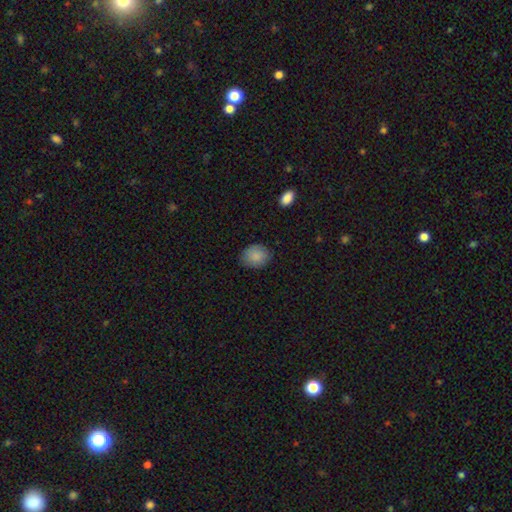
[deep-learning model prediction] smooth_or_featured: smooth (p=0.87) [alt: star or artifact p=0.08]
how_rounded: round (p=0.54) [alt: in between p=0.45]
merging: none (p=0.81) [alt: minor disturbance p=0.15]